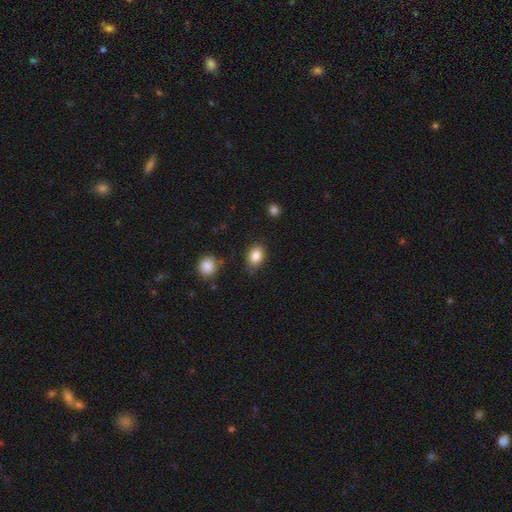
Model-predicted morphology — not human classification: Q: Smooth or featured?
A: smooth (85%); runner-up: star or artifact (9%)
Q: How rounded?
A: in between (76%); runner-up: round (23%)
Q: Merging?
A: none (79%); runner-up: minor disturbance (15%)